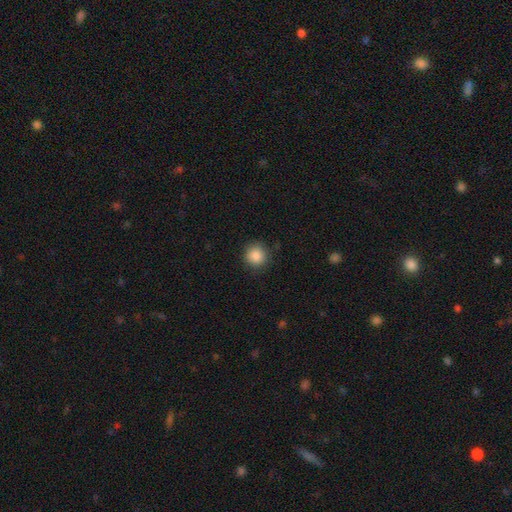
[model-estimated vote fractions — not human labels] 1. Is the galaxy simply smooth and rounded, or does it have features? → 87% smooth, 9% star or artifact, 4% featured or disk.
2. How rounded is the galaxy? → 93% round, 6% in between, 1% cigar-shaped.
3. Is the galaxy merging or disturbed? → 88% none, 8% minor disturbance, 2% major disturbance, 1% merger.